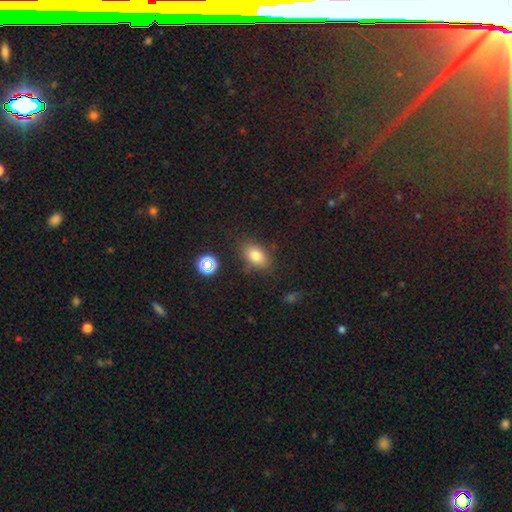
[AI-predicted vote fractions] smooth 76%, star or artifact 14%, featured or disk 10%. Down the decision tree: how rounded — in between (80%); merging — none (78%).